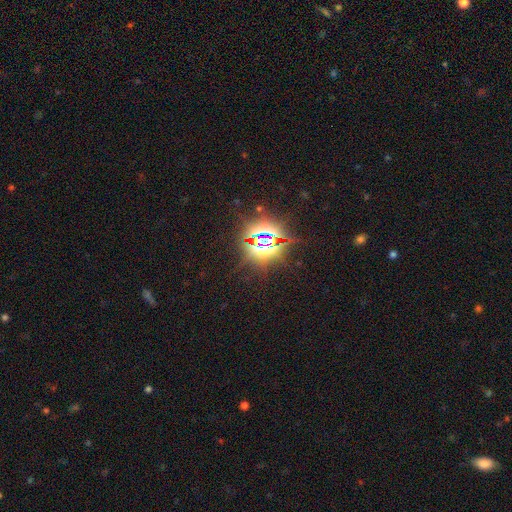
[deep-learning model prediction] Overall: star or artifact (85%).